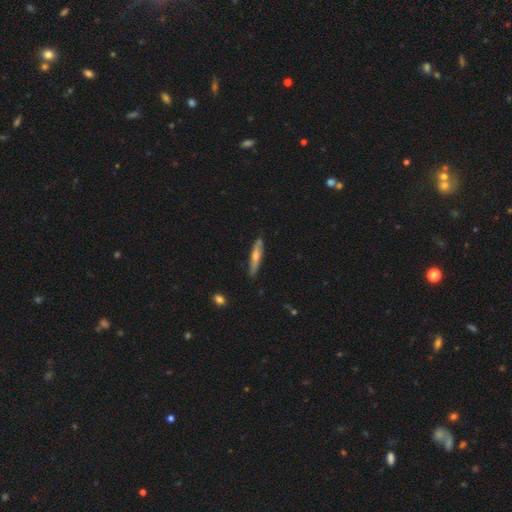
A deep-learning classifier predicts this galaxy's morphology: This is possibly a smooth galaxy (47%). Merging: clearly none (82%).